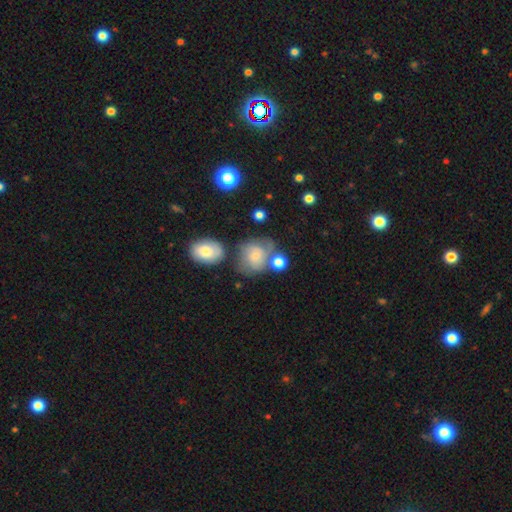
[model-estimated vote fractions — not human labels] Overall: smooth (49%; featured or disk 40%). Merging: none (46%; minor disturbance 22%).